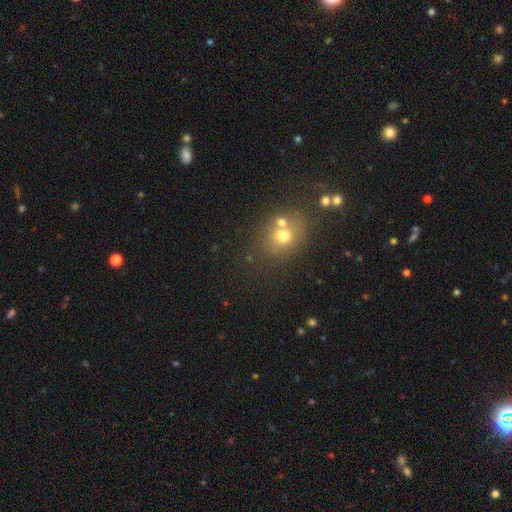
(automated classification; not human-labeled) smooth_or_featured: smooth (p=0.55) [alt: star or artifact p=0.33]
how_rounded: round (p=0.71) [alt: in between p=0.28]
merging: none (p=0.66) [alt: merger p=0.19]